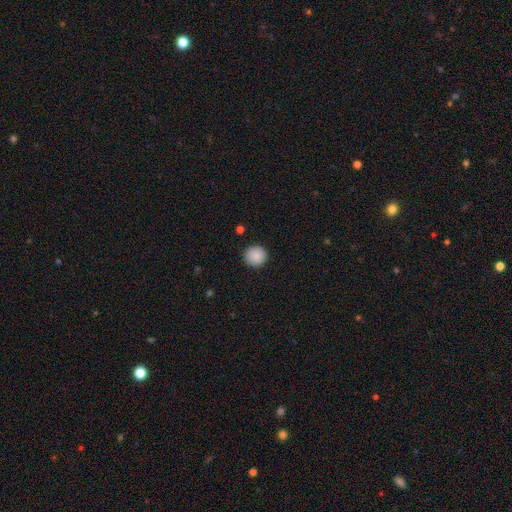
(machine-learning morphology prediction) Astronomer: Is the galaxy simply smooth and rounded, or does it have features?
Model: smooth — 89%.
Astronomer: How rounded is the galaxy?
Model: round — 93%.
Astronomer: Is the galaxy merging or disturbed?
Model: none — 92%.